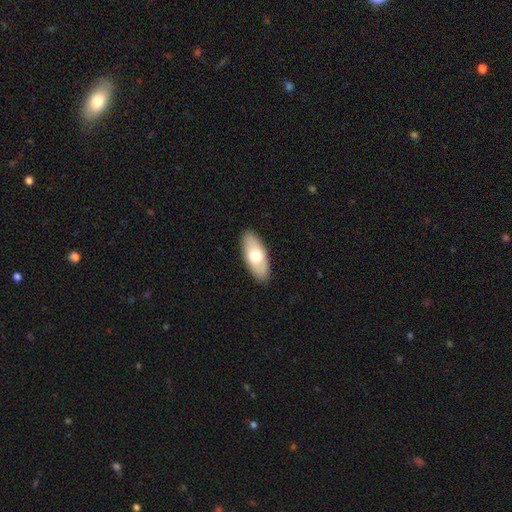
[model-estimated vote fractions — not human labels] This is likely a smooth galaxy (68%). How rounded: clearly in between (85%). Merging: clearly none (90%).